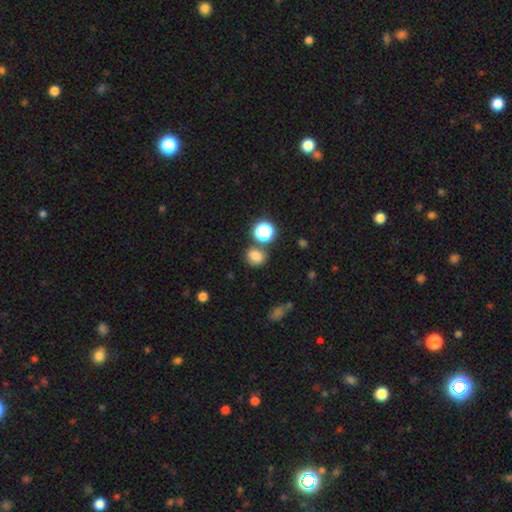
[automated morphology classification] smooth 78%, star or artifact 16%, featured or disk 6%. Down the decision tree: how rounded — round (58%); merging — none (72%).